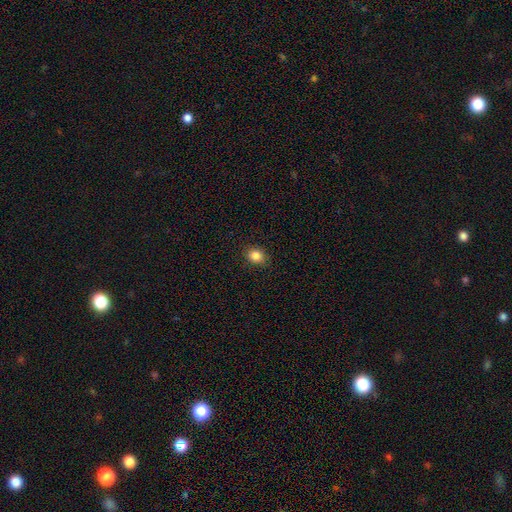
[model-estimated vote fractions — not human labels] A smooth galaxy with no disk features (84%) that is round (51%).

Vote fractions:
- Smooth or featured? smooth: 84% / star or artifact: 10% / featured or disk: 5%
- How rounded? round: 51% / in between: 48% / cigar-shaped: 1%
- Merging? none: 89% / minor disturbance: 8% / major disturbance: 2% / merger: 1%